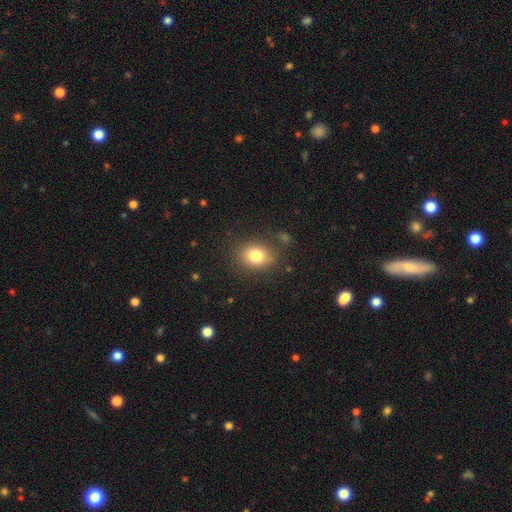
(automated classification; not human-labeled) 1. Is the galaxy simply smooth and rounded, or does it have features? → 80% smooth, 11% star or artifact, 9% featured or disk.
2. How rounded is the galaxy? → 50% in between, 49% round, 1% cigar-shaped.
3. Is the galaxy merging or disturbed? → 81% none, 12% minor disturbance, 4% major disturbance, 3% merger.